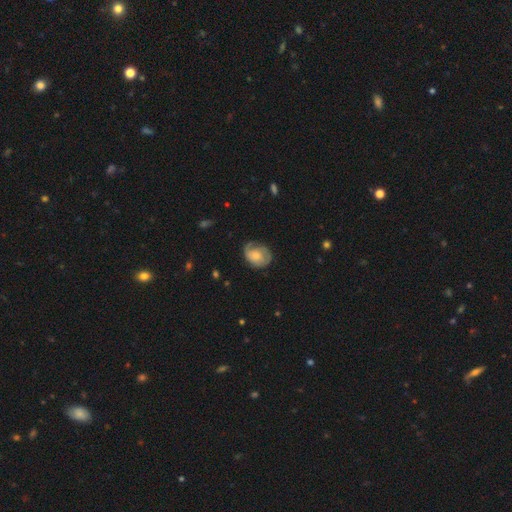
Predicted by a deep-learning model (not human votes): Overall: featured or disk (47%; smooth 46%). Merging: none (55%; minor disturbance 29%).